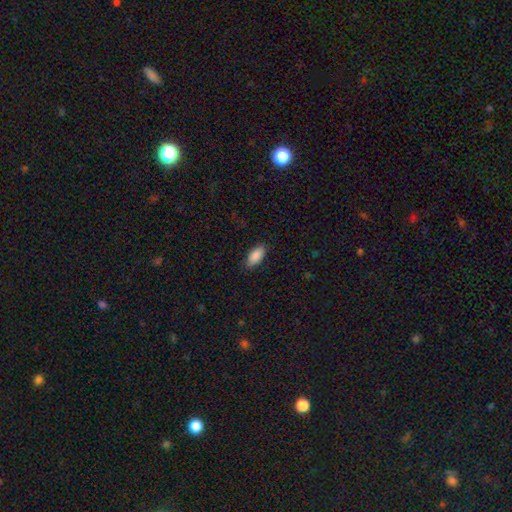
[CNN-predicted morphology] Overall: smooth (90%). How rounded: in between (92%). Merging: none (87%).